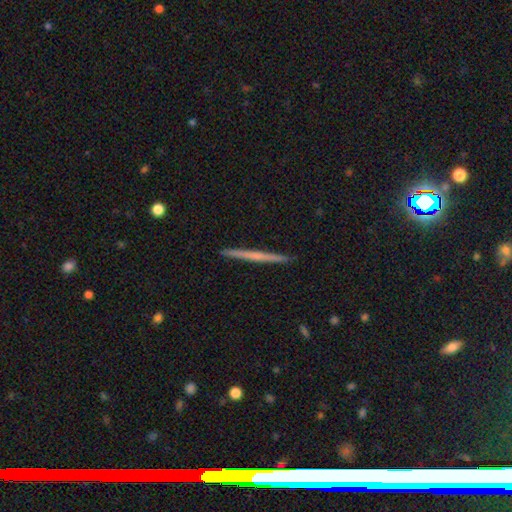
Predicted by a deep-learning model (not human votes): A featured or disk galaxy (55%) viewed edge-on (98%) with no central bulge (76%). Merging: none (93%).